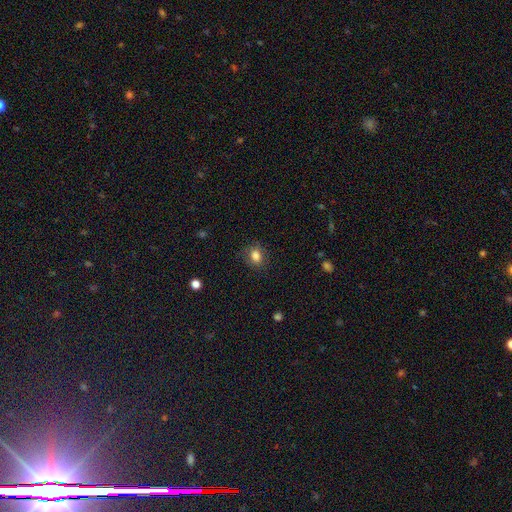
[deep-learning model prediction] Smooth or featured? Predicted: smooth (p=0.83). How rounded? Predicted: in between (p=0.53). Merging? Predicted: none (p=0.79).